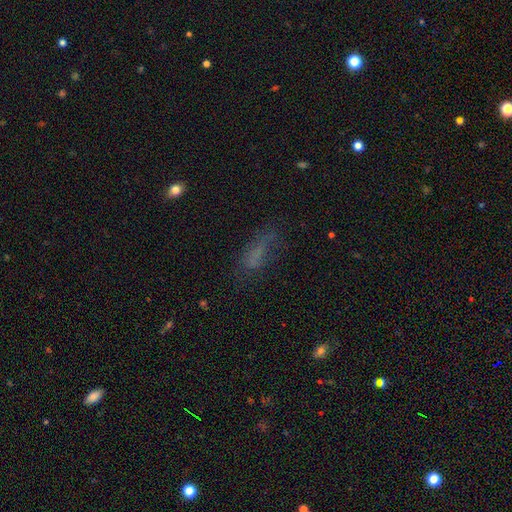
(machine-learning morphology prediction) smooth 58%, featured or disk 22%, star or artifact 20%. Down the decision tree: how rounded — in between (60%); merging — none (50%).